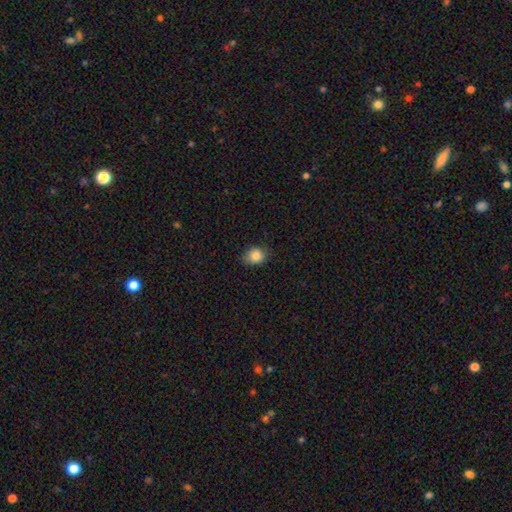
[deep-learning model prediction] smooth_or_featured: smooth (p=0.86) [alt: star or artifact p=0.09]
how_rounded: round (p=0.61) [alt: in between p=0.38]
merging: none (p=0.77) [alt: minor disturbance p=0.18]